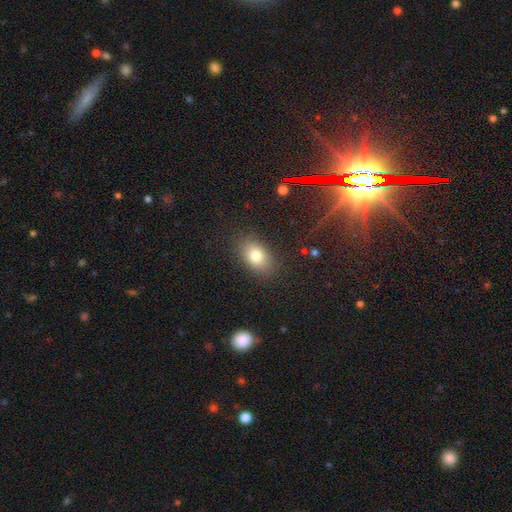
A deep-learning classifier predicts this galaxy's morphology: Smooth or featured: smooth — 78% (featured or disk — 11%)
How rounded: in between — 82% (round — 16%)
Merging: none — 84% (minor disturbance — 11%)